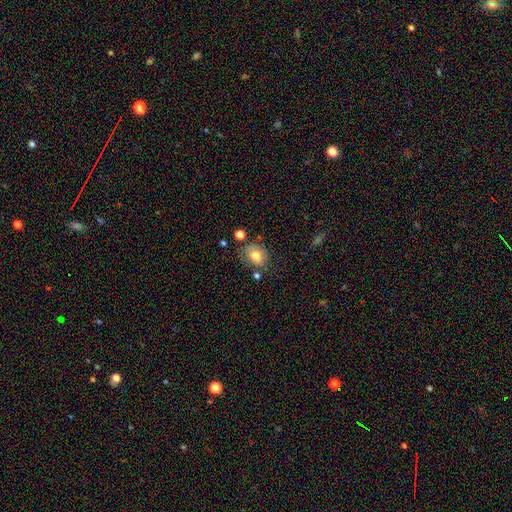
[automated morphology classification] Overall: smooth (72%). How rounded: in between (58%; round 41%). Merging: none (58%; minor disturbance 25%).